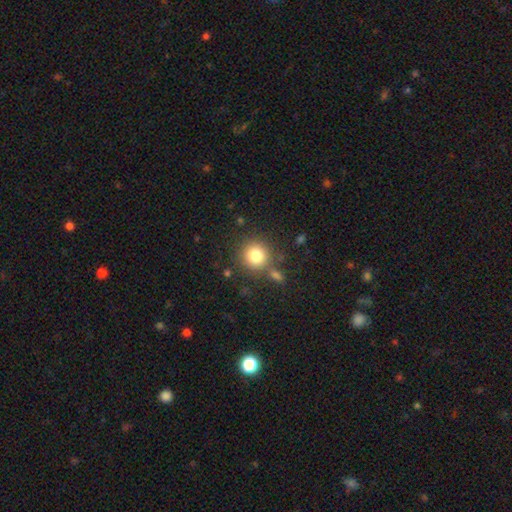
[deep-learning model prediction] Morphology: type=smooth (80%); roundness=round (93%); merging=none (79%).